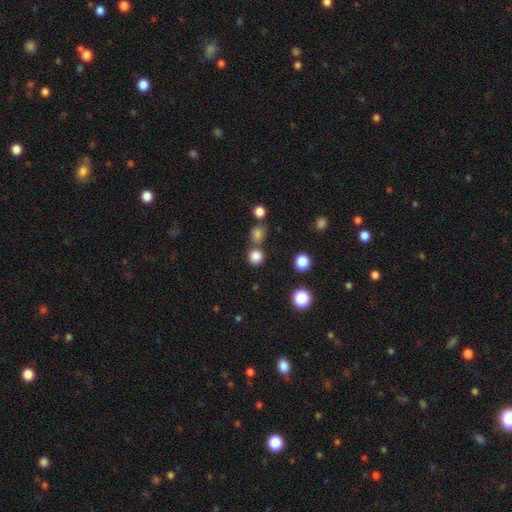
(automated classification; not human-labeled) This appears to be a smooth galaxy with no disk features (82%) that is round (91%). Merging: none (71%).